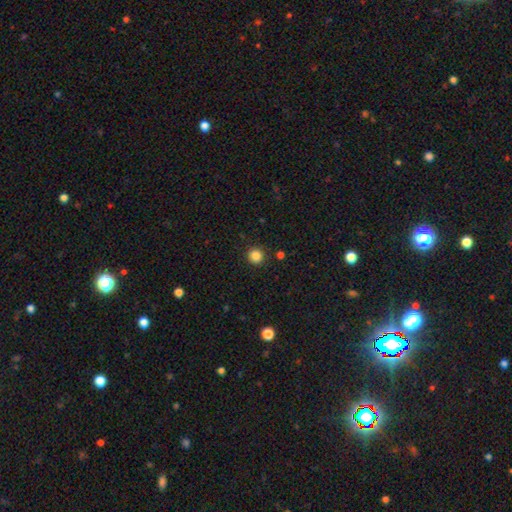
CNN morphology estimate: Smooth or featured: smooth — 84% (star or artifact — 12%)
How rounded: round — 95% (in between — 4%)
Merging: none — 91% (minor disturbance — 5%)